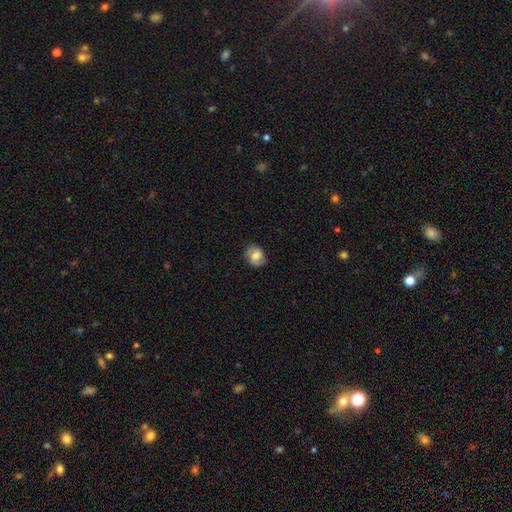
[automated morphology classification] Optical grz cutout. It shows a smooth galaxy with no disk features (53%) that is round (59%). Merging: none (80%).